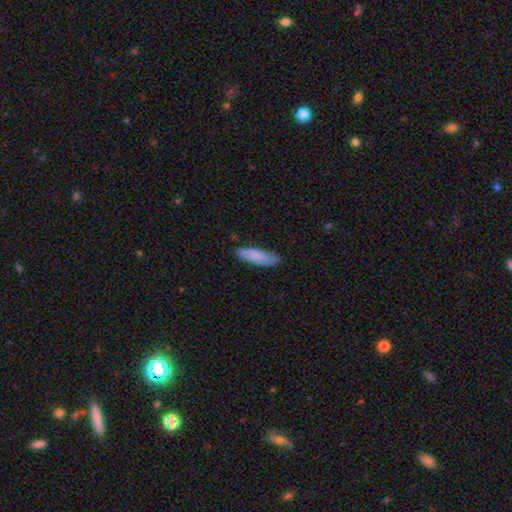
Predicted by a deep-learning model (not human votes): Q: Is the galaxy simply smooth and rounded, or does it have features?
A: smooth — 83%.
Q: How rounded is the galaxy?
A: cigar-shaped — 57%.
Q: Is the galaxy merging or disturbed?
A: none — 81%.